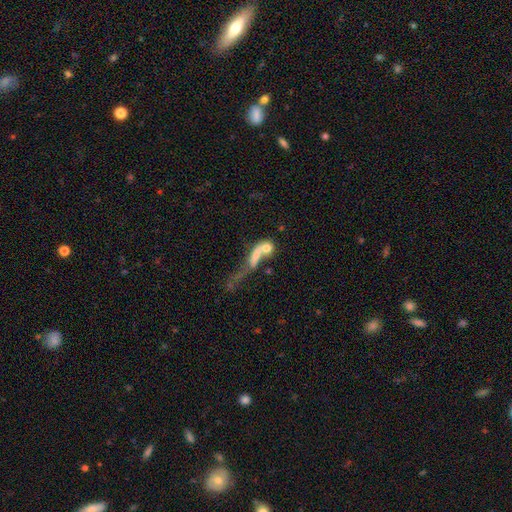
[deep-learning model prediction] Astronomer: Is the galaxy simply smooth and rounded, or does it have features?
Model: smooth — 54% (runner-up: featured or disk, 34%).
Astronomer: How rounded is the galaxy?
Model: in between — 48% (runner-up: cigar-shaped, 28%).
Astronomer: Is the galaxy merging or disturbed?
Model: merger — 51% (runner-up: major disturbance, 27%).